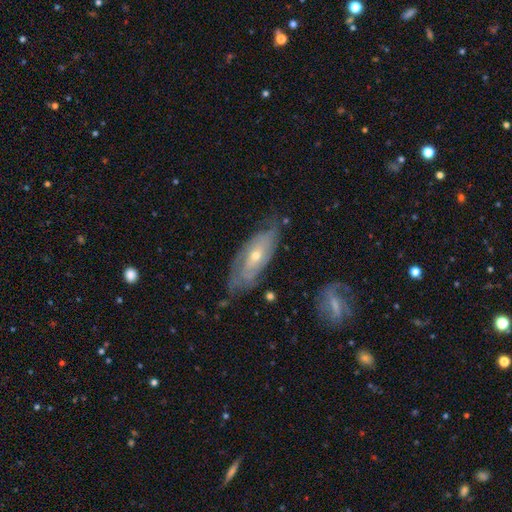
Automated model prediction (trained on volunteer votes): featured or disk 73%, smooth 20%, star or artifact 7%. Down the decision tree: edge-on disk — no (82%); bar — no (68%); spiral arms — yes (79%); bulge size — small (55%); merging — none (68%).